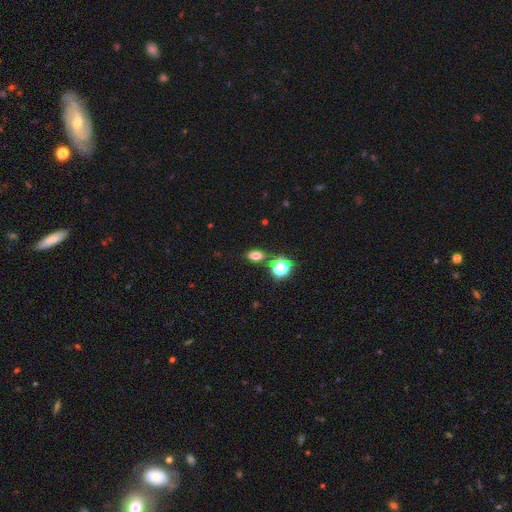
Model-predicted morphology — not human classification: This appears to be a smooth galaxy with no disk features (75%) that is in between round and cigar-shaped (76%). Merging: none (80%).